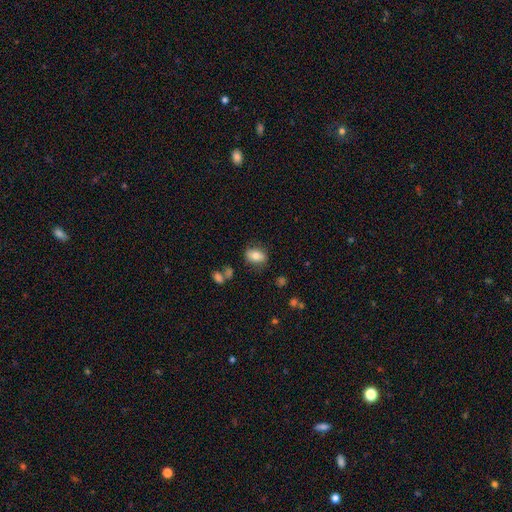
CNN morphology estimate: Smooth or featured: smooth — 76% (featured or disk — 15%)
How rounded: in between — 79% (round — 19%)
Merging: none — 78% (minor disturbance — 14%)